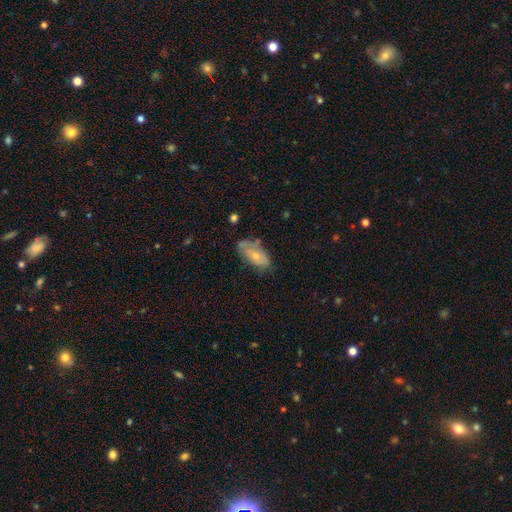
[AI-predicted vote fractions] A smooth galaxy with no disk features (57%) that is in between round and cigar-shaped (87%). Merging: none (58%).